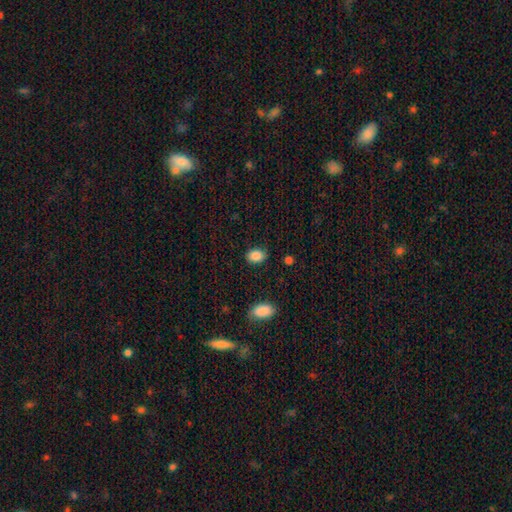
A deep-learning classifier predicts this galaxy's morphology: type=smooth (88%); roundness=in between (76%); merging=none (82%).